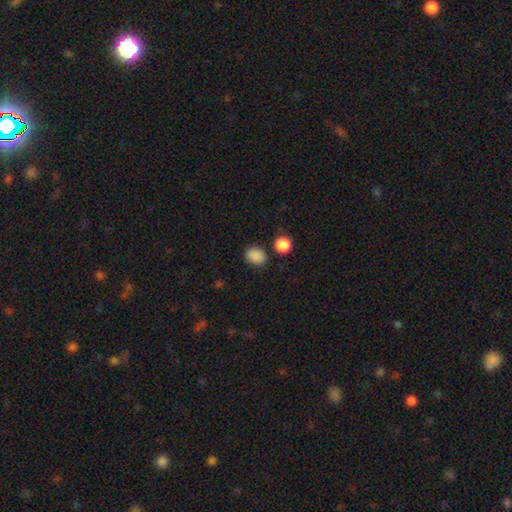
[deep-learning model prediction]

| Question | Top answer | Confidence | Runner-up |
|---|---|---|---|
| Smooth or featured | smooth | 87% | star or artifact (10%) |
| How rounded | in between | 55% | round (44%) |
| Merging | none | 81% | minor disturbance (11%) |